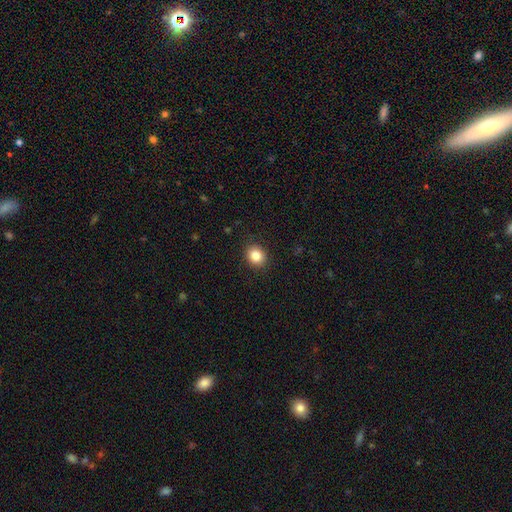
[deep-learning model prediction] This appears to be a smooth galaxy with no disk features (85%) that is round (70%). Merging: none (89%).